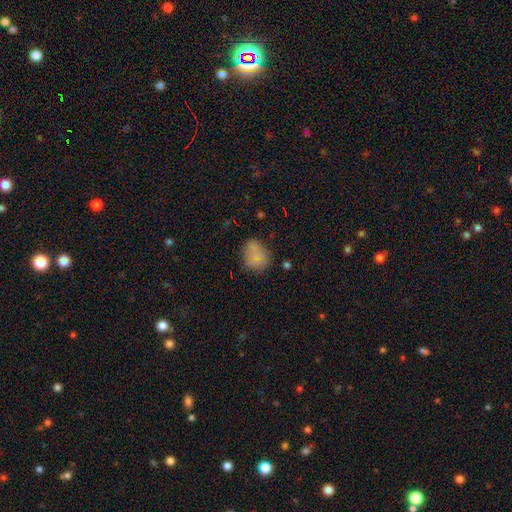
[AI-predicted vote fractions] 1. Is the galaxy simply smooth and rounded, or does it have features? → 69% smooth, 18% star or artifact, 13% featured or disk.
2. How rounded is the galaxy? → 54% round, 45% in between, 2% cigar-shaped.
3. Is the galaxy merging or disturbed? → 66% none, 20% minor disturbance, 9% major disturbance, 5% merger.